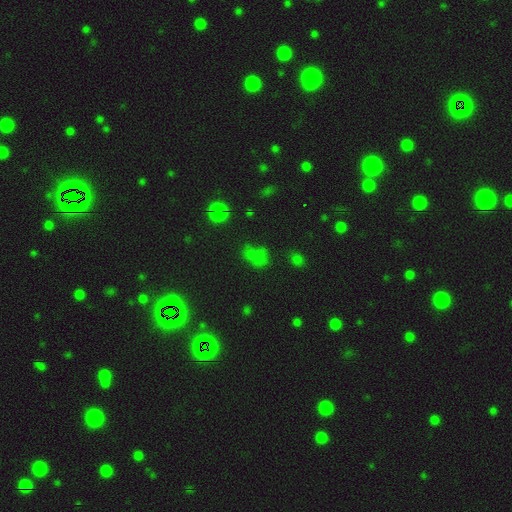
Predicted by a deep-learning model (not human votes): smooth_or_featured: smooth (p=0.50) [alt: star or artifact p=0.39]
how_rounded: in between (p=0.68) [alt: round p=0.29]
merging: none (p=0.51) [alt: minor disturbance p=0.22]